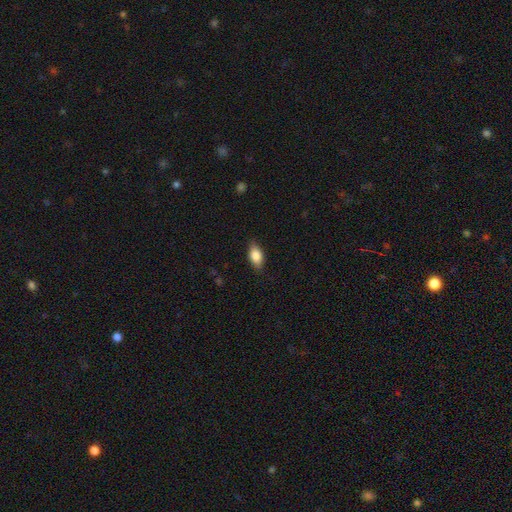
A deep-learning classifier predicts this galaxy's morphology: Smooth or featured?
  - smooth: 83% *
  - featured or disk: 10%
  - star or artifact: 7%
How rounded?
  - in between: 88% *
  - cigar-shaped: 6%
  - round: 5%
Merging?
  - none: 85% *
  - minor disturbance: 12%
  - major disturbance: 2%
  - merger: 1%